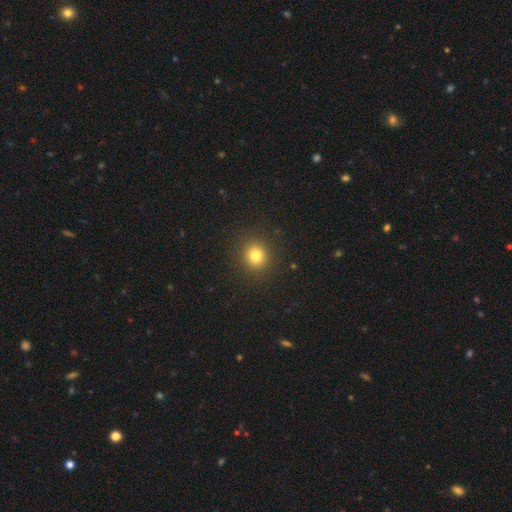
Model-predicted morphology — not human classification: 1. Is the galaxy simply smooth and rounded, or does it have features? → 80% smooth, 14% star or artifact, 7% featured or disk.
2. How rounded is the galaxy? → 89% round, 10% in between, 1% cigar-shaped.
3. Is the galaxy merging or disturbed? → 91% none, 6% minor disturbance, 3% major disturbance, 1% merger.